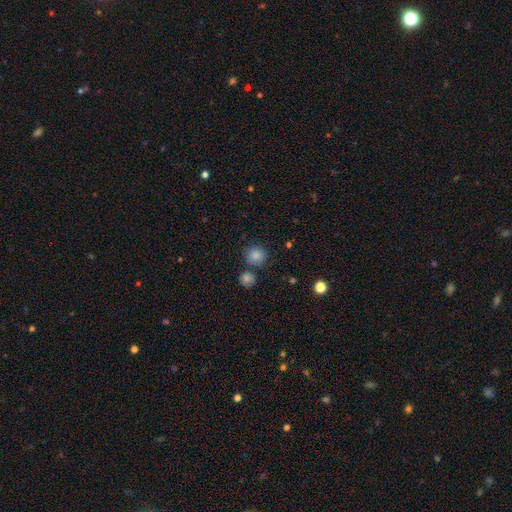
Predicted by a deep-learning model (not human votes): Q: Smooth or featured?
A: smooth (85%); runner-up: star or artifact (11%)
Q: How rounded?
A: round (91%); runner-up: in between (8%)
Q: Merging?
A: none (76%); runner-up: merger (12%)